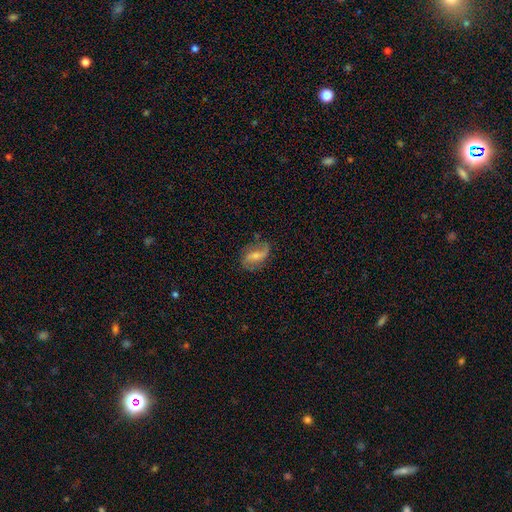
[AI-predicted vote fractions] This is likely a featured or disk galaxy (72%). It is clearly not viewed edge-on (95%). Bar: marginally weak (44%). Spiral arm pattern: clearly yes (91%). Spiral arm count: clearly 2 (84%). Spiral winding: possibly loose (55%). Central bulge: possibly small (47%). Merging: likely none (72%).